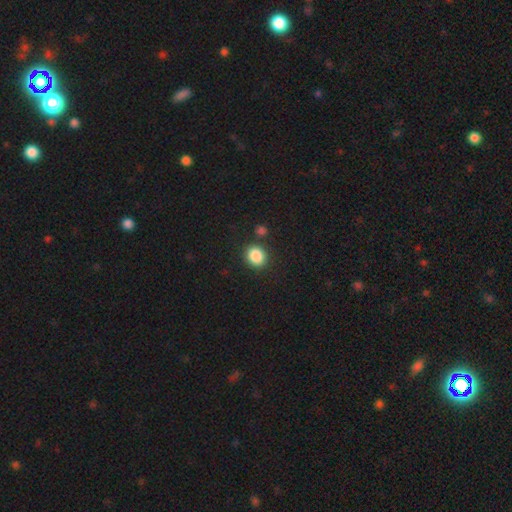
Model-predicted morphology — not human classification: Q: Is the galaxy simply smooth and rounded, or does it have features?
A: smooth — 87%.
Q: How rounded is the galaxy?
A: round — 68%.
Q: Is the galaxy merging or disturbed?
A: none — 81%.